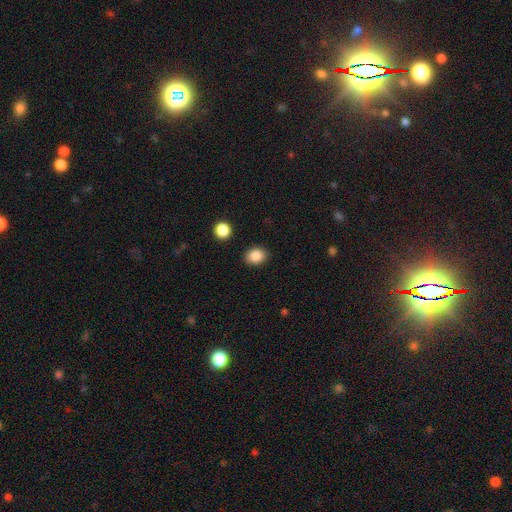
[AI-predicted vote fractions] Smooth or featured? Predicted: smooth (p=0.87). How rounded? Predicted: in between (p=0.52). Merging? Predicted: none (p=0.88).